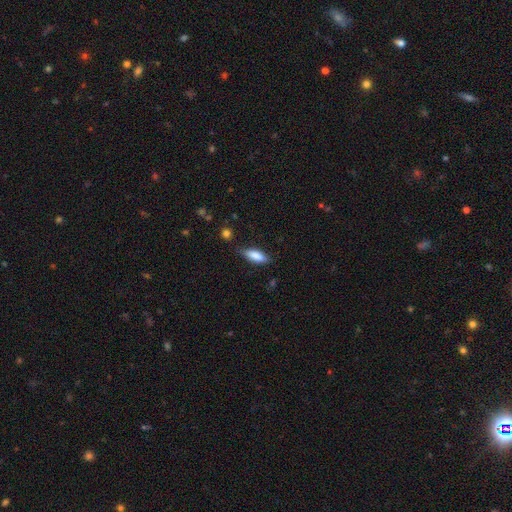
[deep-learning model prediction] smooth-or-featured: smooth: 81% | featured or disk: 13% | star or artifact: 6%
  how-rounded: in between: 60% | cigar-shaped: 38% | round: 2%
  merging: none: 76% | minor disturbance: 18% | major disturbance: 4% | merger: 2%